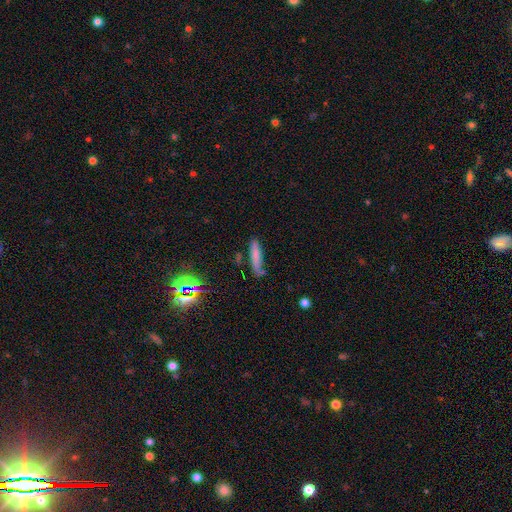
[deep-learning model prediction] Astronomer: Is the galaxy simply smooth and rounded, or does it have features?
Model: smooth — 74%.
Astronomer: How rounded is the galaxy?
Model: cigar-shaped — 84%.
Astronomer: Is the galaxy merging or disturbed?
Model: none — 69%.